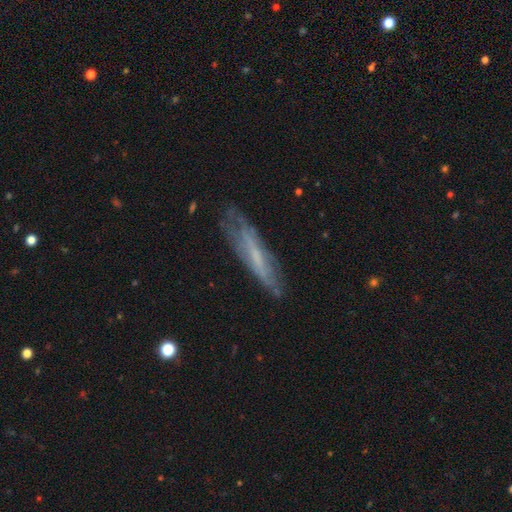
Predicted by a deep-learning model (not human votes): featured or disk 54%, smooth 38%, star or artifact 8%. Down the decision tree: edge-on disk — yes (59%); merging — none (70%).